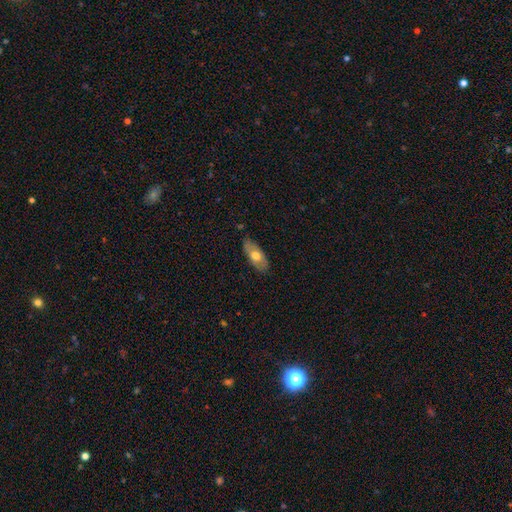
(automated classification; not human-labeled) Smooth or featured? Predicted: smooth (p=0.60). How rounded? Predicted: in between (p=0.88). Merging? Predicted: none (p=0.80).